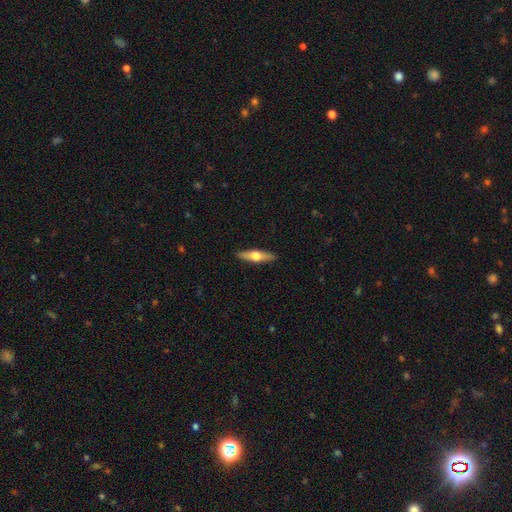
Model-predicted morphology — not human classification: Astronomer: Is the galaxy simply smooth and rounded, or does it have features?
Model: featured or disk — 50% (runner-up: smooth, 44%).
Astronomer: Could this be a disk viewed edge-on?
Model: yes — 91%.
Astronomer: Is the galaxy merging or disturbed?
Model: none — 90%.